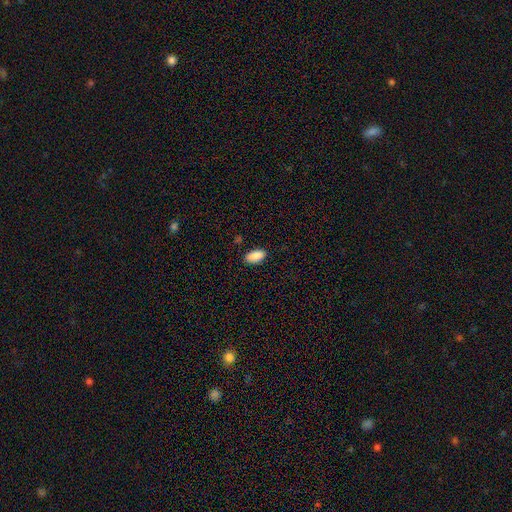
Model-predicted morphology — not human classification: Smooth or featured? smooth (90%)
How rounded? in between (94%)
Merging? none (88%)